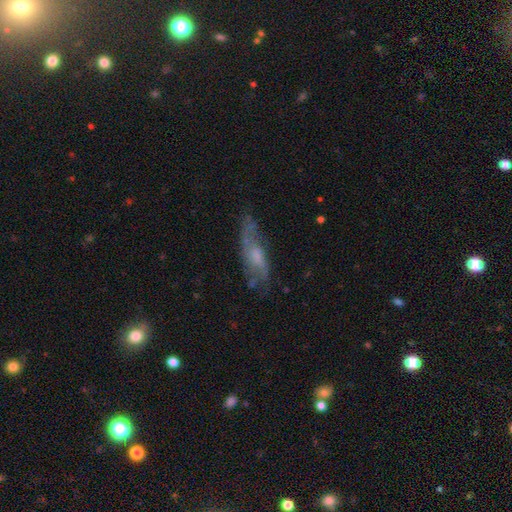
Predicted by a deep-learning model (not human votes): Smooth or featured: featured or disk — 61% (smooth — 31%)
Edge-on disk: no — 72% (yes — 28%)
Merging: none — 59% (minor disturbance — 25%)